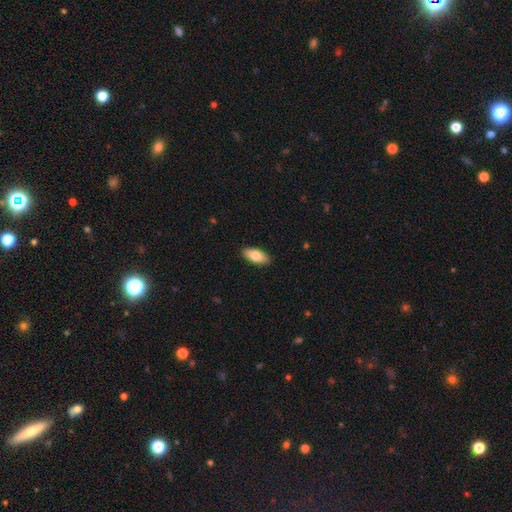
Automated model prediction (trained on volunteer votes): A smooth galaxy with no disk features (80%) that is in between round and cigar-shaped (88%). Merging: none (90%).